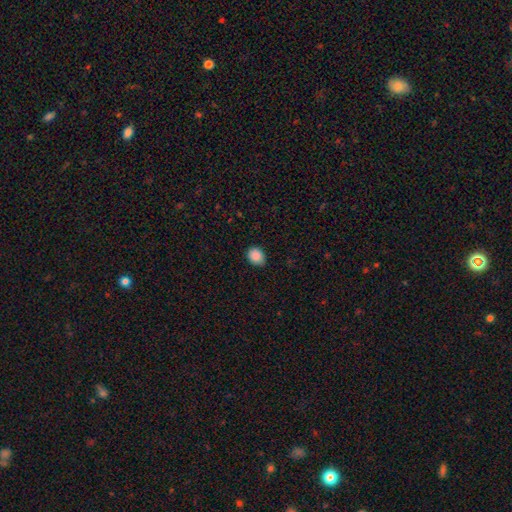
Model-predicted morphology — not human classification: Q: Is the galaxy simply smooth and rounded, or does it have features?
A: smooth — 89%.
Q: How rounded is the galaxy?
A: round — 50%.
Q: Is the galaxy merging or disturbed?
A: none — 82%.